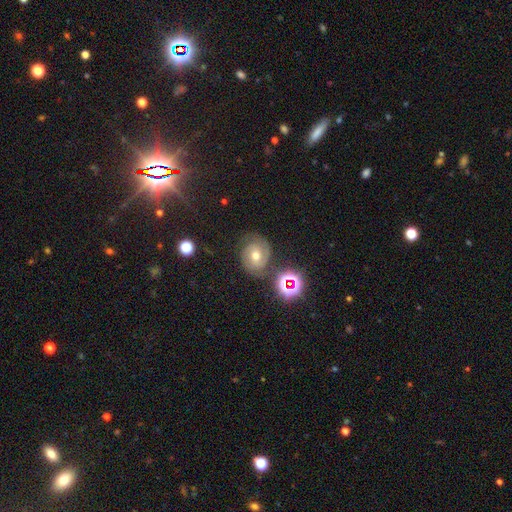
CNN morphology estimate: The model was most divided on "spiral winding": tight: 52%, medium: 39%, loose: 10%. More confident: edge-on disk — no (97%); spiral arms — yes (91%); spiral arm count — 2 (79%); bulge size — moderate (73%); merging — none (71%); smooth or featured — featured or disk (64%); bar — no (56%).